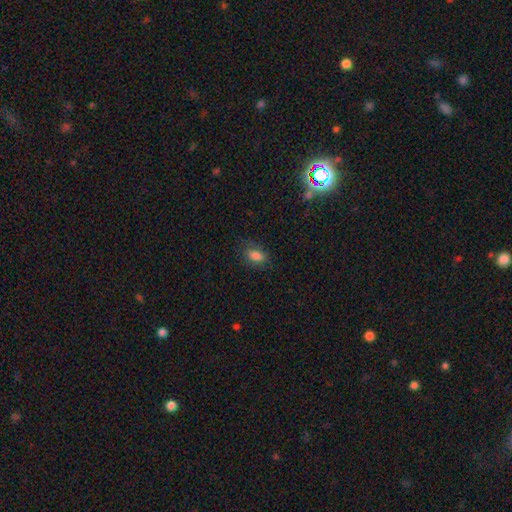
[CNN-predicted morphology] This appears to be a smooth galaxy with no disk features (82%) that is in between round and cigar-shaped (85%). Merging: none (76%).